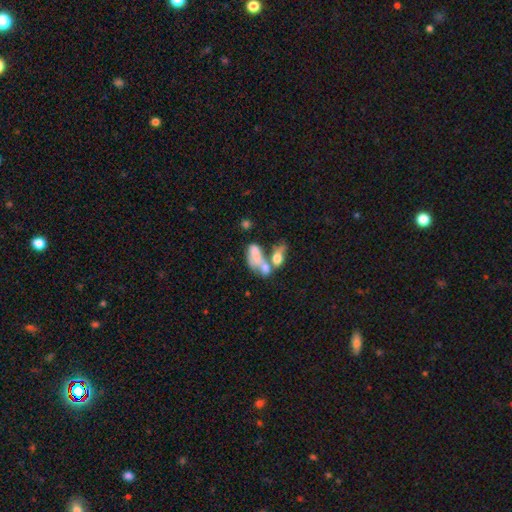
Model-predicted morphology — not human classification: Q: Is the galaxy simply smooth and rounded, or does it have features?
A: smooth — 55%.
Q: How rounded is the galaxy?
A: in between — 83%.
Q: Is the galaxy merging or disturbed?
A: merger — 64%.